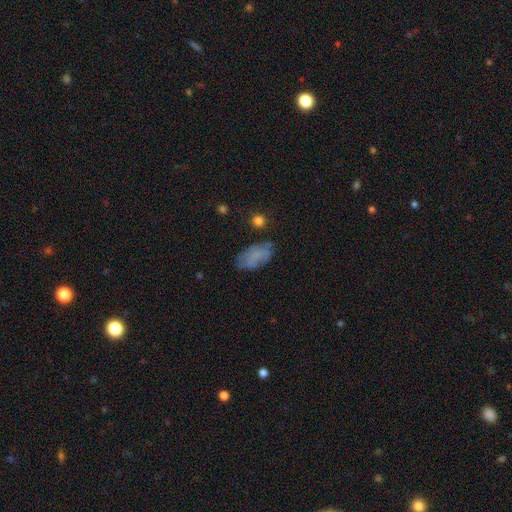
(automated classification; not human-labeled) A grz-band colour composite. It shows a smooth galaxy with no disk features (68%) that is in between round and cigar-shaped (92%). Merging: none (60%).